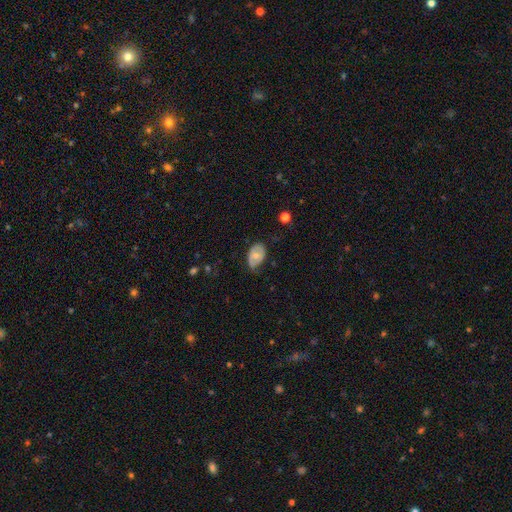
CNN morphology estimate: smooth 53%, featured or disk 40%, star or artifact 7%. Down the decision tree: how rounded — in between (84%); merging — none (50%).